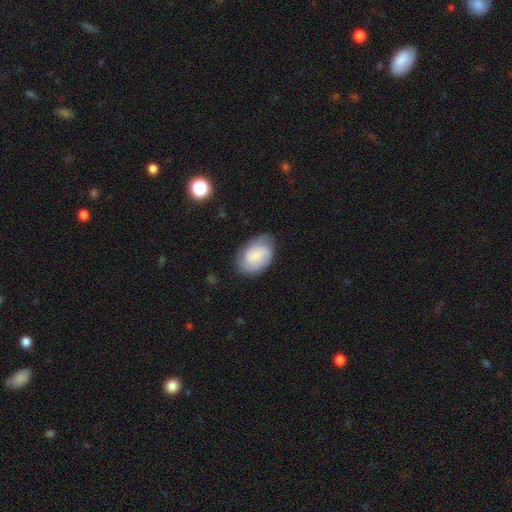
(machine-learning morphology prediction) smooth-or-featured: smooth: 49% | featured or disk: 44% | star or artifact: 7%
  merging: none: 68% | minor disturbance: 24% | major disturbance: 7% | merger: 1%